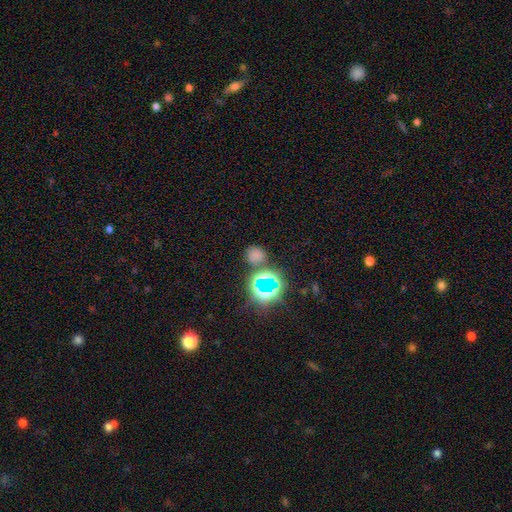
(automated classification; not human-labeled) The model was most divided on "smooth or featured": smooth: 56%, star or artifact: 37%, featured or disk: 7%. More confident: how rounded — round (79%); merging — none (71%).